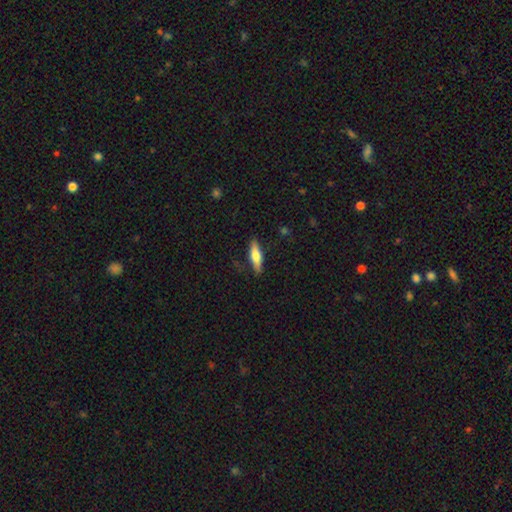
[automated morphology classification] The model was most divided on "smooth or featured": smooth: 56%, featured or disk: 38%, star or artifact: 6%. More confident: merging — none (87%); how rounded — cigar-shaped (63%).